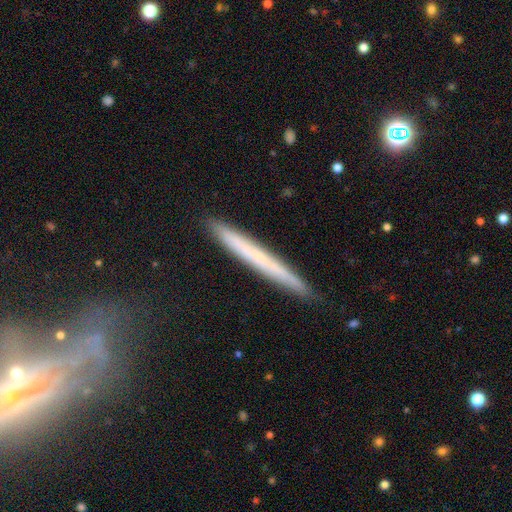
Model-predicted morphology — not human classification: smooth-or-featured: smooth: 52% | featured or disk: 41% | star or artifact: 7%
  how-rounded: cigar-shaped: 97% | in between: 2% | round: 1%
  merging: none: 89% | minor disturbance: 8% | major disturbance: 1% | merger: 1%